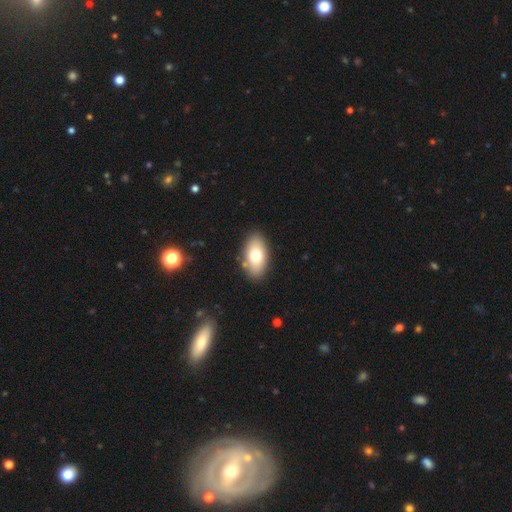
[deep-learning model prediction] Smooth or featured? smooth (72%)
How rounded? in between (92%)
Merging? none (85%)